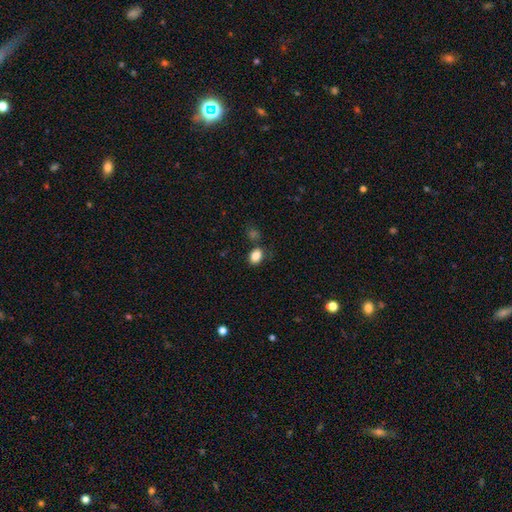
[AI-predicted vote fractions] smooth 85%, star or artifact 9%, featured or disk 5%. Down the decision tree: how rounded — in between (71%); merging — none (72%).